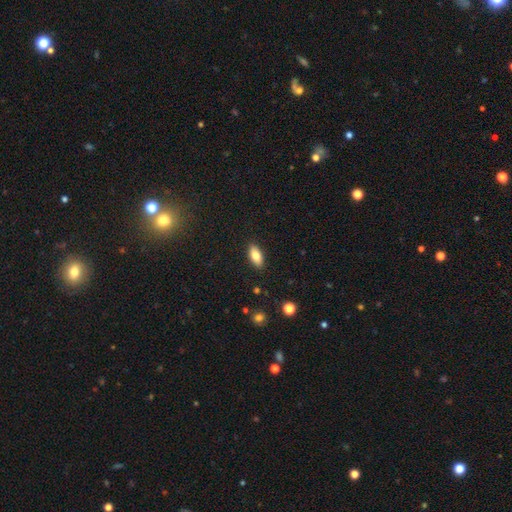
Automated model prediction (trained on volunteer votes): Q: Smooth or featured?
A: smooth (79%); runner-up: featured or disk (14%)
Q: How rounded?
A: in between (86%); runner-up: cigar-shaped (11%)
Q: Merging?
A: none (89%); runner-up: minor disturbance (8%)